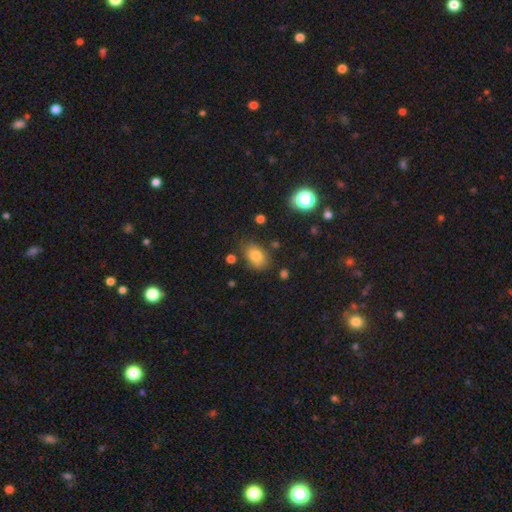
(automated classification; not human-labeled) Smooth or featured?
  - smooth: 79% *
  - star or artifact: 11%
  - featured or disk: 10%
How rounded?
  - in between: 75% *
  - round: 23%
  - cigar-shaped: 1%
Merging?
  - none: 73% *
  - minor disturbance: 19%
  - major disturbance: 5%
  - merger: 4%